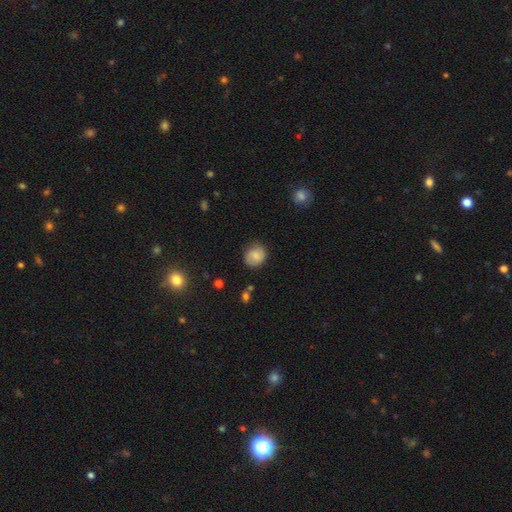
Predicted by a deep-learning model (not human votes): Overall: smooth (75%). How rounded: round (77%). Merging: none (79%).